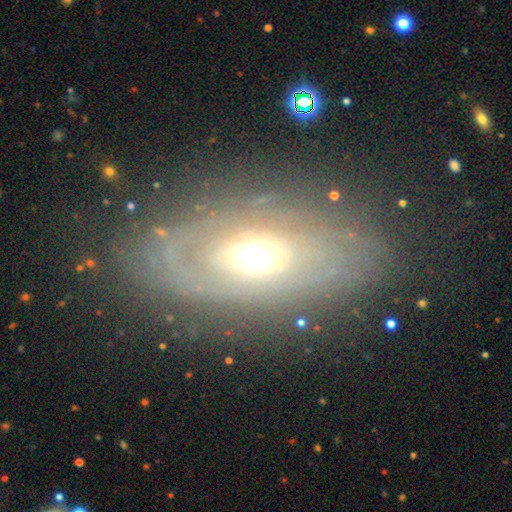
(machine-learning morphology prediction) Smooth or featured? Predicted: featured or disk (p=0.70). Edge-on disk? Predicted: no (p=0.85). Bar? Predicted: no (p=0.72). Spiral arms? Predicted: yes (p=0.60). Bulge size? Predicted: moderate (p=0.66). Merging? Predicted: none (p=0.73).